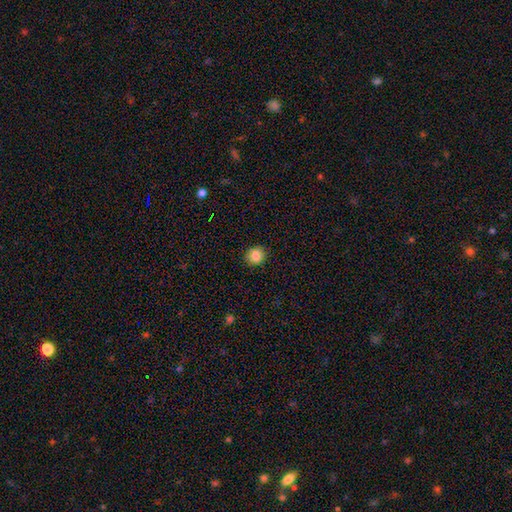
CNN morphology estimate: smooth-or-featured: smooth: 85% | star or artifact: 10% | featured or disk: 5%
  how-rounded: round: 86% | in between: 13% | cigar-shaped: 1%
  merging: none: 90% | minor disturbance: 7% | major disturbance: 2% | merger: 1%